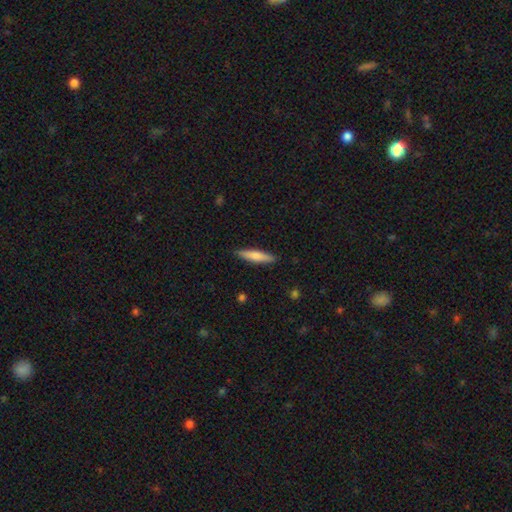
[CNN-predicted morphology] smooth-or-featured: smooth: 73% | featured or disk: 22% | star or artifact: 5%
  how-rounded: cigar-shaped: 85% | in between: 14% | round: 1%
  merging: none: 90% | minor disturbance: 8% | major disturbance: 2% | merger: 1%